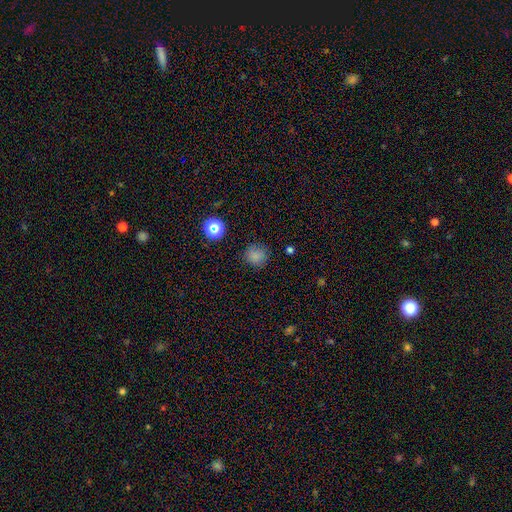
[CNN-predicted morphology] type=smooth (78%); roundness=round (90%); merging=none (84%).